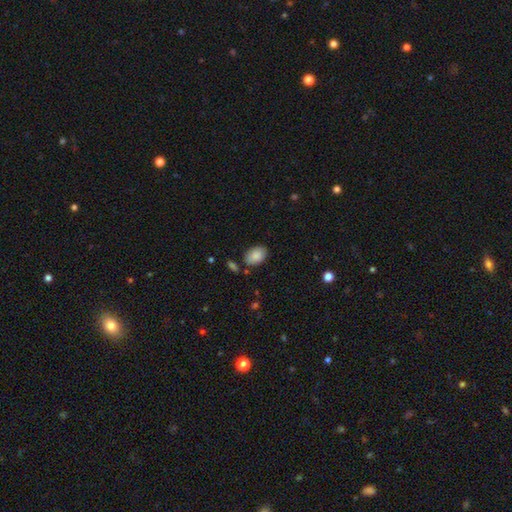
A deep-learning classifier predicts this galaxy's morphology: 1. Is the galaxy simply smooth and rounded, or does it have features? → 87% smooth, 7% star or artifact, 6% featured or disk.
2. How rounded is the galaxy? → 85% in between, 14% round, 1% cigar-shaped.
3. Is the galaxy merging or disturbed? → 78% none, 14% minor disturbance, 5% merger, 3% major disturbance.